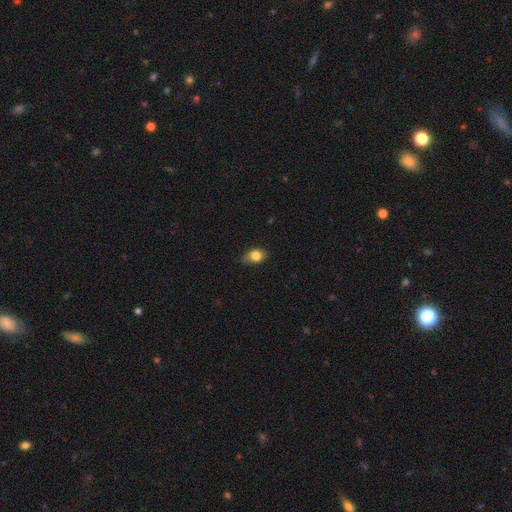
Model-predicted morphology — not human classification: Smooth or featured? Predicted: smooth (p=0.80). How rounded? Predicted: in between (p=0.64). Merging? Predicted: none (p=0.67).